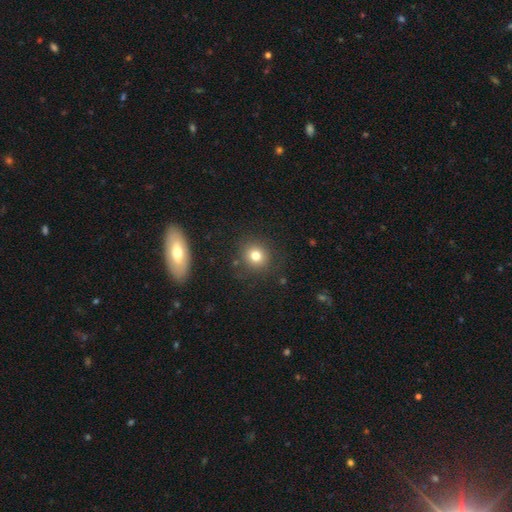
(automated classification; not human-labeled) The model was most divided on "smooth or featured": smooth: 77%, star or artifact: 14%, featured or disk: 9%. More confident: how rounded — round (89%); merging — none (86%).